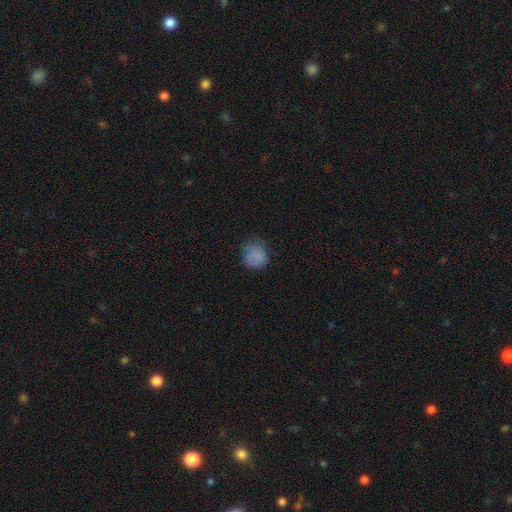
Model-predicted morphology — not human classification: smooth_or_featured: smooth (p=0.77) [alt: star or artifact p=0.12]
how_rounded: round (p=0.72) [alt: in between p=0.27]
merging: none (p=0.59) [alt: minor disturbance p=0.27]